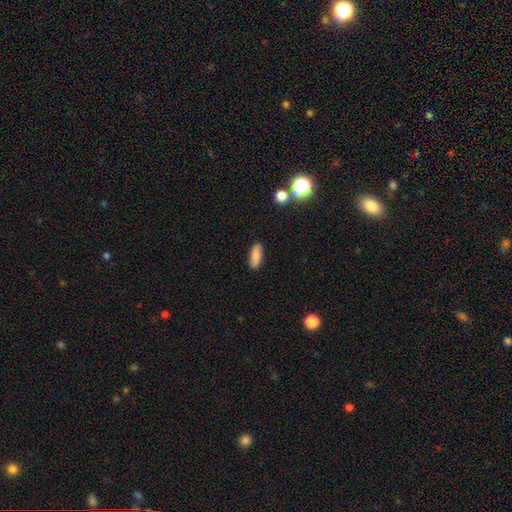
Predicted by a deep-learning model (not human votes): Overall: smooth (78%). How rounded: in between (71%). Merging: none (86%).